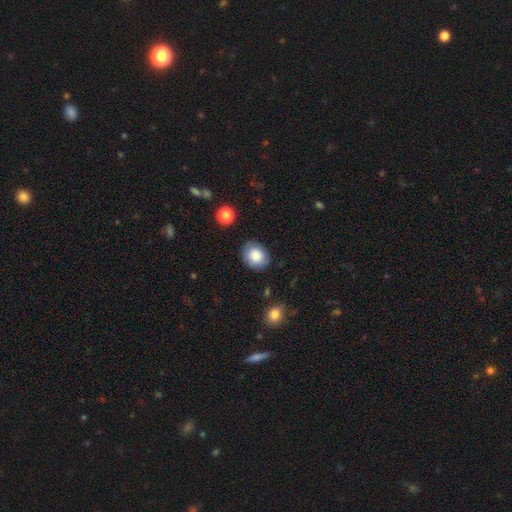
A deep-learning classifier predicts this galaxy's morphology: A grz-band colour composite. It shows a smooth galaxy with no disk features (83%) that is round (51%). Merging: none (82%).